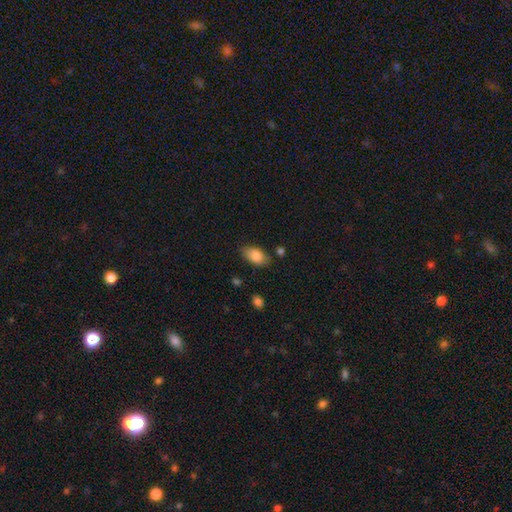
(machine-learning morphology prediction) This appears to be a smooth galaxy with no disk features (85%) that is in between round and cigar-shaped (93%). Merging: none (78%).